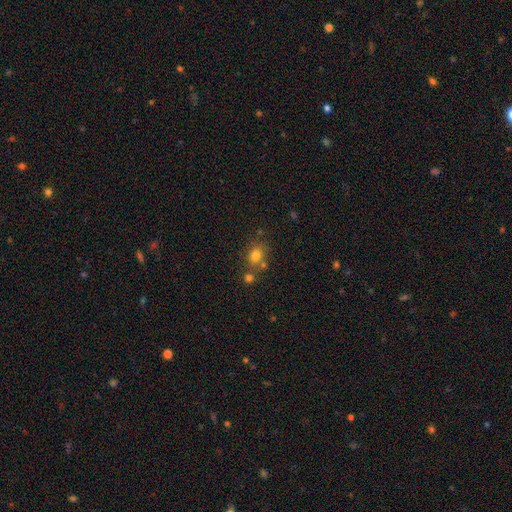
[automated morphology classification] Smooth or featured?
  - smooth: 76% *
  - star or artifact: 15%
  - featured or disk: 9%
How rounded?
  - round: 67% *
  - in between: 32%
  - cigar-shaped: 1%
Merging?
  - none: 64% *
  - merger: 20%
  - minor disturbance: 12%
  - major disturbance: 4%